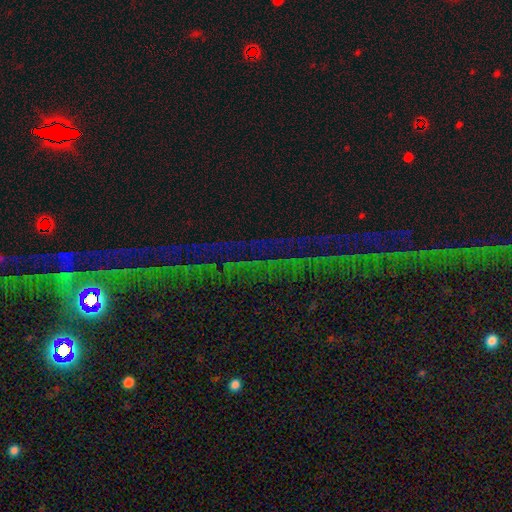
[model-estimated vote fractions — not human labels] This is clearly a star or artifact rather than a galaxy (80%).